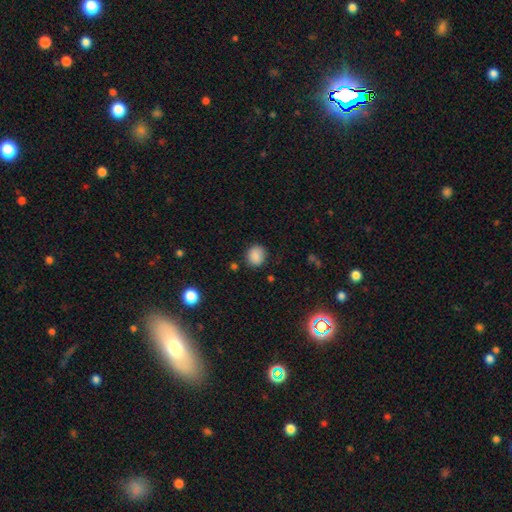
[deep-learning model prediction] This appears to be a smooth galaxy with no disk features (87%) that is round (76%). Merging: none (83%).